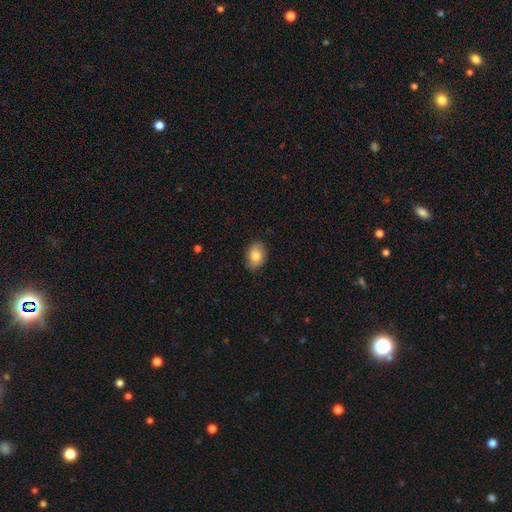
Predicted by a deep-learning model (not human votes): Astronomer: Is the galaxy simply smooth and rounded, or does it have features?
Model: smooth — 83%.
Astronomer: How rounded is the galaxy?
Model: in between — 74%.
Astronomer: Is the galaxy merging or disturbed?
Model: none — 86%.